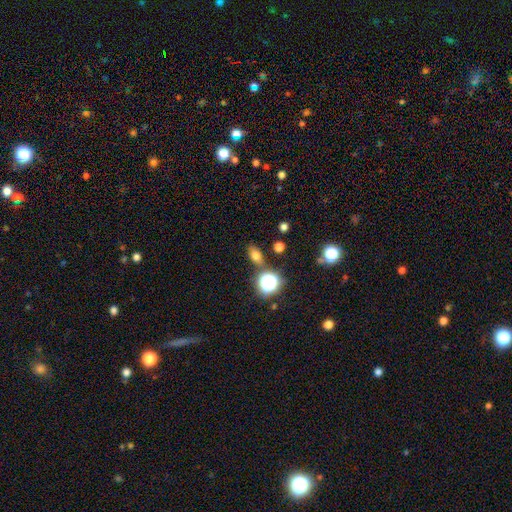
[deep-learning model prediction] This appears to be a smooth galaxy with no disk features (69%) that is in between round and cigar-shaped (73%). Merging: none (79%).